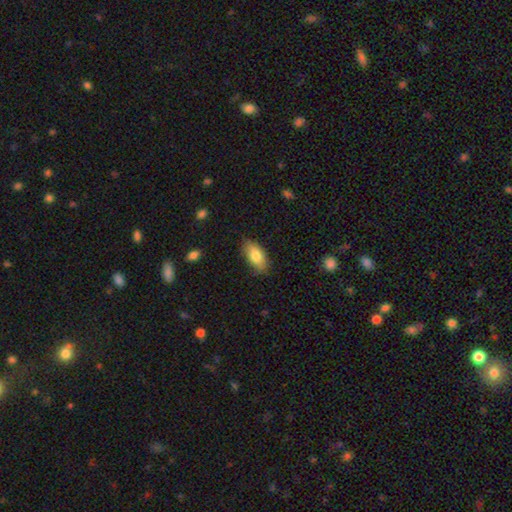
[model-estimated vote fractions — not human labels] Smooth or featured? smooth (80%)
How rounded? in between (91%)
Merging? none (78%)